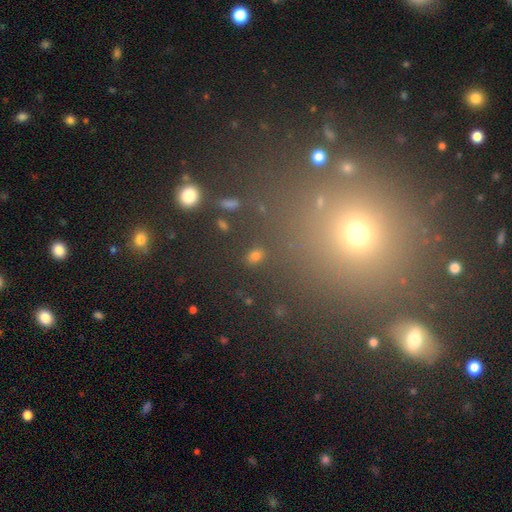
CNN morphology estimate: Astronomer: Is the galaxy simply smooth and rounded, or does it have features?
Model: smooth — 50% (runner-up: star or artifact, 41%).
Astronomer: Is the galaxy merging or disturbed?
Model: none — 82%.